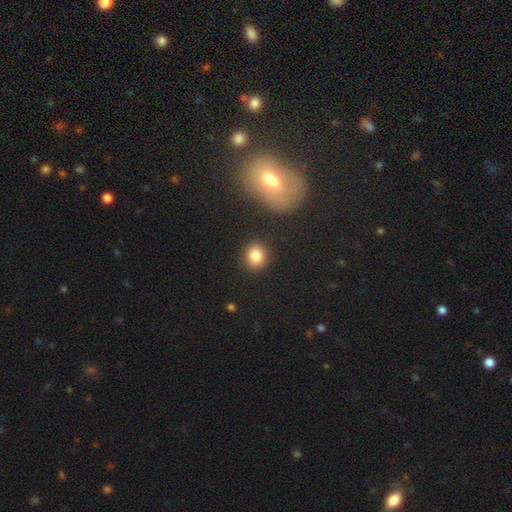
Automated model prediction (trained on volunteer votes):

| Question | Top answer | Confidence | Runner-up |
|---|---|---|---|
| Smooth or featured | smooth | 84% | star or artifact (10%) |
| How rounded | round | 81% | in between (17%) |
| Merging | none | 89% | minor disturbance (6%) |